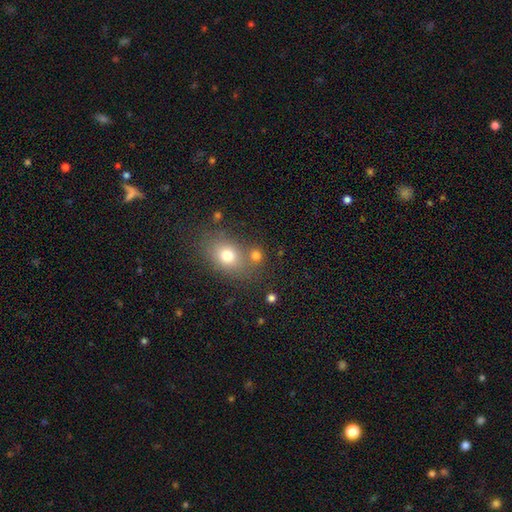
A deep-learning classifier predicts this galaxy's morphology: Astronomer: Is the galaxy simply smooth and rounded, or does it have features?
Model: smooth — 74%.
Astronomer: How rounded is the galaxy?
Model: round — 68%.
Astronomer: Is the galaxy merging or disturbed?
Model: none — 60%.